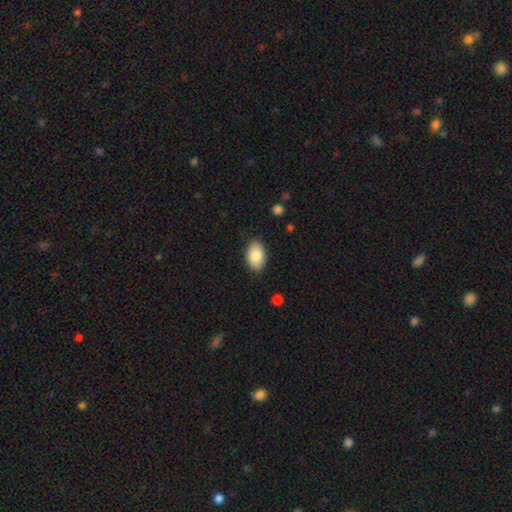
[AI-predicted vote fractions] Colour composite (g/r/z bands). It shows a smooth galaxy with no disk features (82%) that is in between round and cigar-shaped (92%). Merging: none (86%).